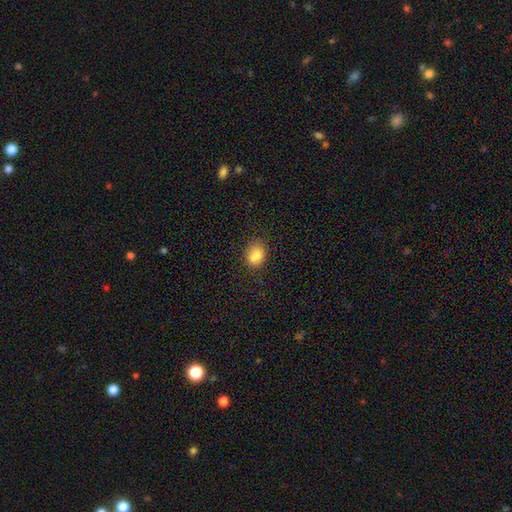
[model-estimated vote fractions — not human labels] Q: Smooth or featured?
A: smooth (83%); runner-up: star or artifact (11%)
Q: How rounded?
A: in between (67%); runner-up: round (32%)
Q: Merging?
A: none (69%); runner-up: minor disturbance (19%)